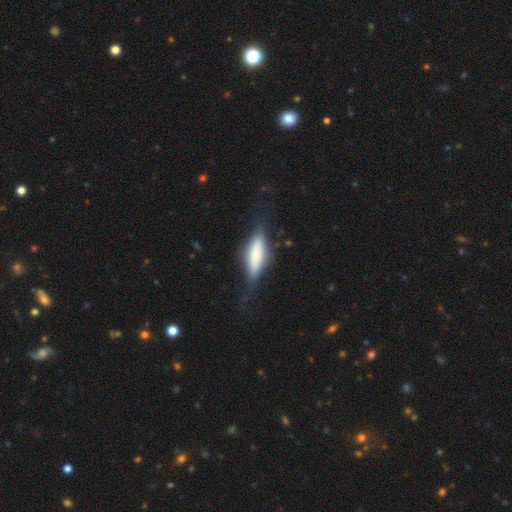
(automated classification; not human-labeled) Smooth or featured? smooth (65%)
How rounded? cigar-shaped (49%)
Merging? none (65%)